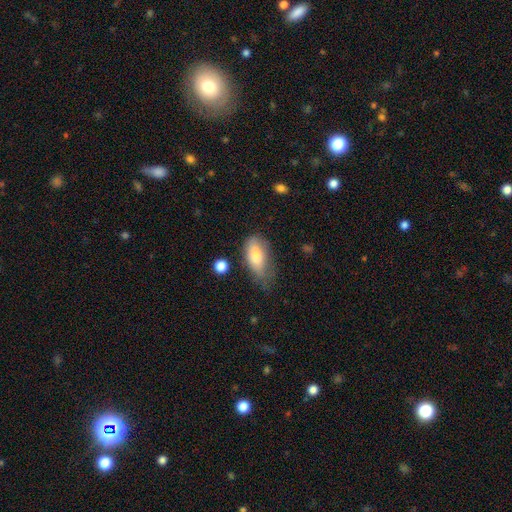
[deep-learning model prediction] Overall: smooth (79%). How rounded: in between (86%). Merging: none (43%; minor disturbance 39%).